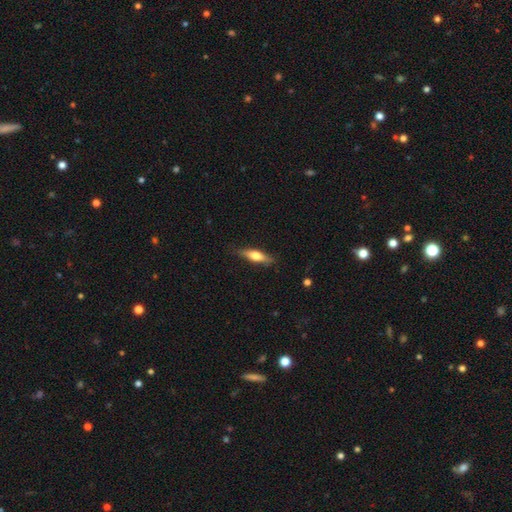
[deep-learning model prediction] A smooth galaxy with no disk features (57%) that is cigar-shaped (60%).

Vote fractions:
- Smooth or featured? smooth: 57% / featured or disk: 37% / star or artifact: 6%
- How rounded? cigar-shaped: 60% / in between: 38% / round: 2%
- Merging? none: 81% / minor disturbance: 15% / major disturbance: 3% / merger: 1%